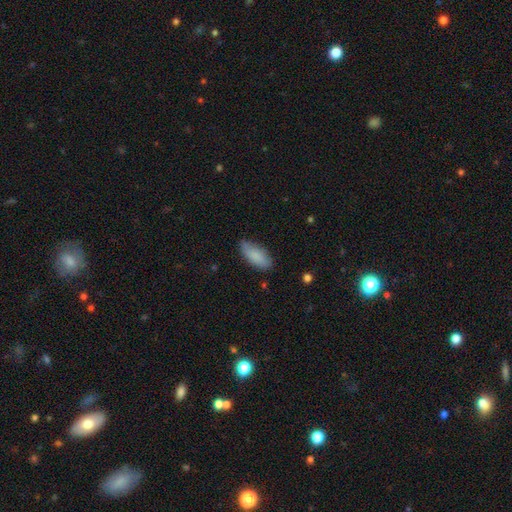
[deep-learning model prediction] smooth-or-featured: smooth: 86% | featured or disk: 8% | star or artifact: 6%
  how-rounded: in between: 82% | cigar-shaped: 17% | round: 2%
  merging: none: 77% | minor disturbance: 19% | major disturbance: 3% | merger: 1%